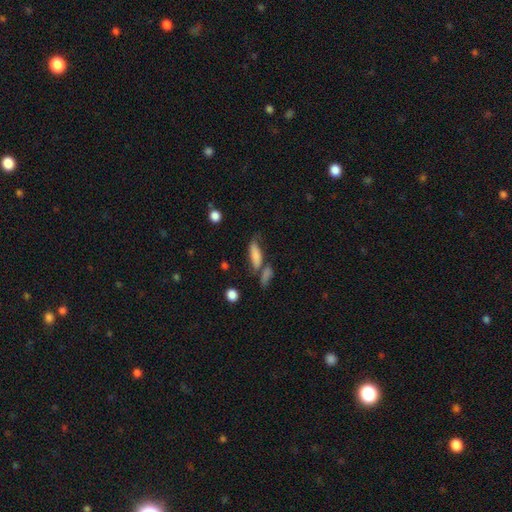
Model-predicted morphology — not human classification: Smooth or featured? Predicted: smooth (p=0.72). How rounded? Predicted: in between (p=0.53). Merging? Predicted: none (p=0.41).